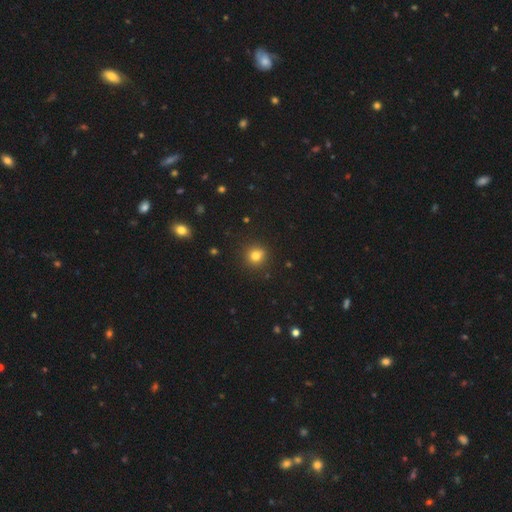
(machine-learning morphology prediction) Smooth or featured? smooth (78%)
How rounded? round (88%)
Merging? none (84%)